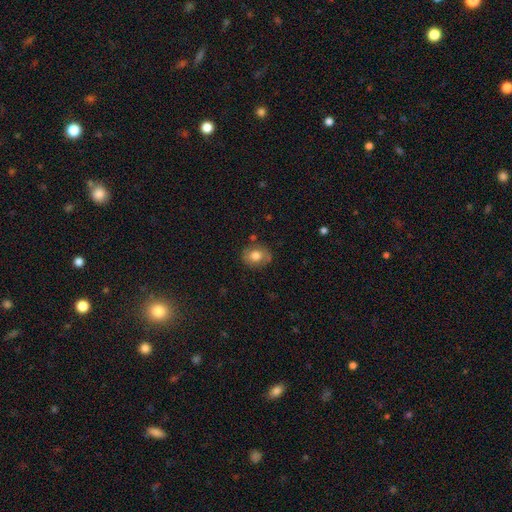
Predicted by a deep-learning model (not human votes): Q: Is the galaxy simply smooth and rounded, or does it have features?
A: smooth — 70%.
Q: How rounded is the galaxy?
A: round — 53%.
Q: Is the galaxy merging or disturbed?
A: none — 75%.